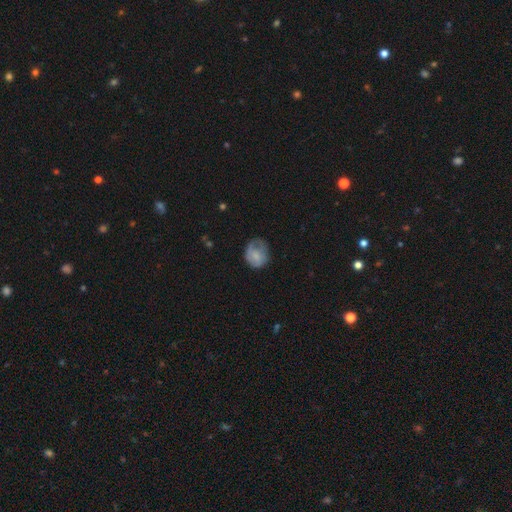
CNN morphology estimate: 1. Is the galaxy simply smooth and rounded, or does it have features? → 66% smooth, 27% featured or disk, 7% star or artifact.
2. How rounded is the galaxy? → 60% round, 39% in between, 1% cigar-shaped.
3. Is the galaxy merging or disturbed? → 47% none, 33% minor disturbance, 19% major disturbance, 1% merger.